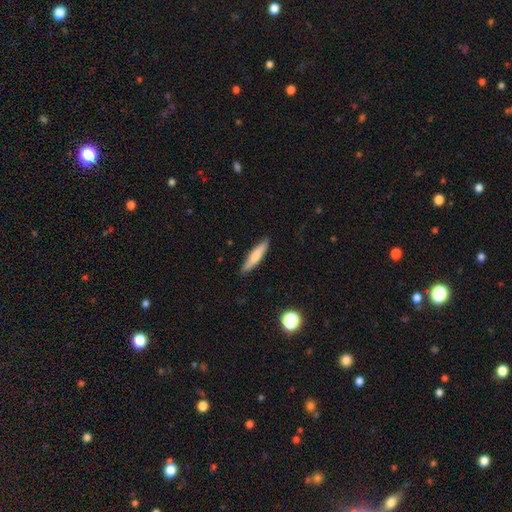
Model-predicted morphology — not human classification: Smooth or featured?
  - smooth: 68% *
  - featured or disk: 26%
  - star or artifact: 6%
How rounded?
  - cigar-shaped: 86% *
  - in between: 13%
  - round: 2%
Merging?
  - none: 87% *
  - minor disturbance: 10%
  - major disturbance: 2%
  - merger: 1%